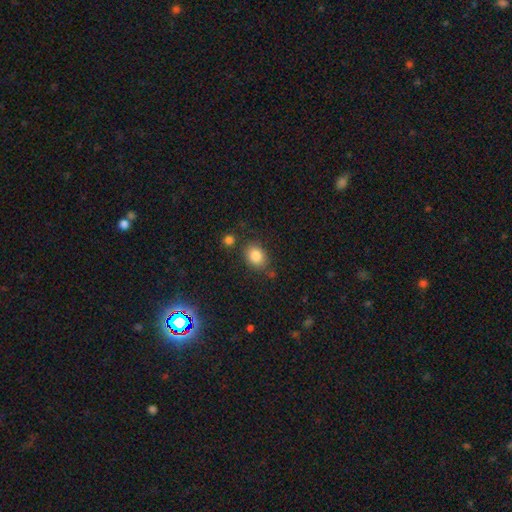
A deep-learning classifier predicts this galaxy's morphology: Smooth or featured?
  - smooth: 85% *
  - star or artifact: 9%
  - featured or disk: 6%
How rounded?
  - in between: 59% *
  - round: 40%
  - cigar-shaped: 1%
Merging?
  - none: 73% *
  - minor disturbance: 15%
  - merger: 7%
  - major disturbance: 4%